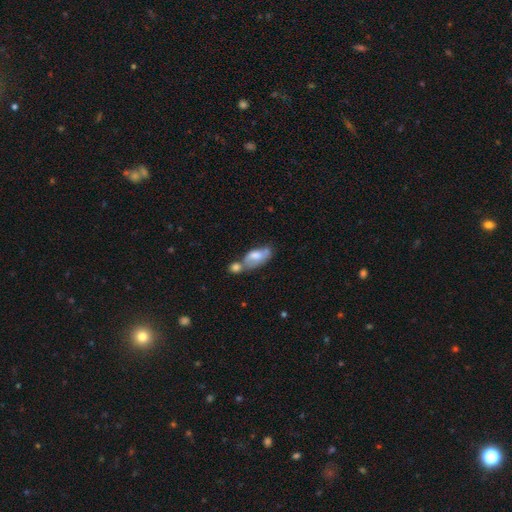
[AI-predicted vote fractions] Overall: smooth (54%; featured or disk 38%). How rounded: in between (84%). Merging: merger (50%; none 26%).